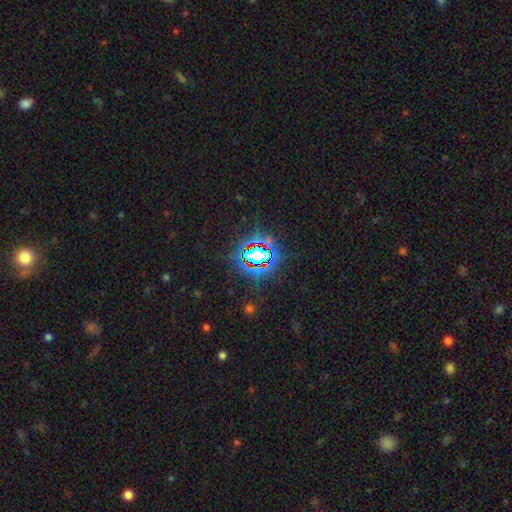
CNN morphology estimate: smooth-or-featured: star or artifact: 80% | smooth: 12% | featured or disk: 8%